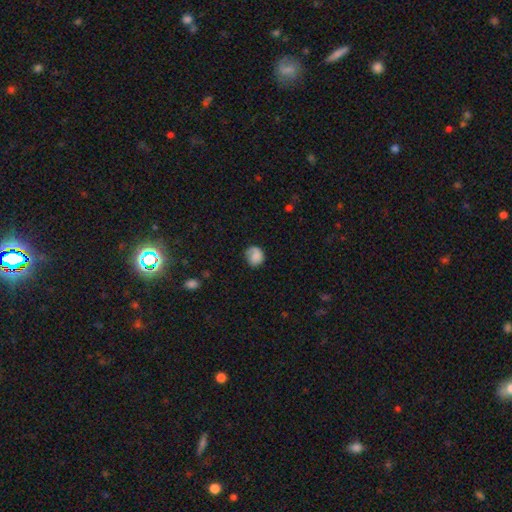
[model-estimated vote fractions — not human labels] This is likely a smooth galaxy (72%). How rounded: likely round (75%). Merging: likely none (60%).